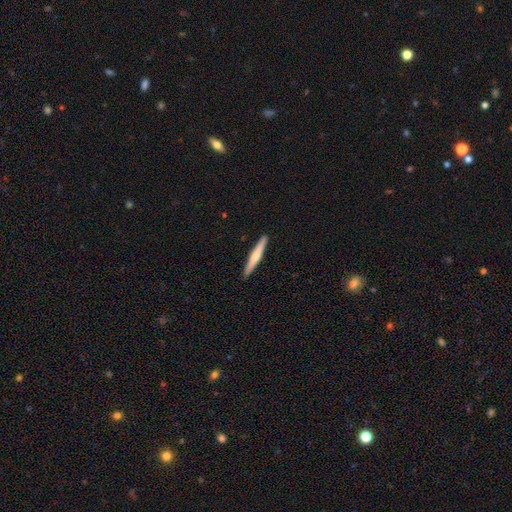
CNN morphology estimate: Q: Smooth or featured?
A: smooth (48%); runner-up: featured or disk (47%)
Q: Merging?
A: none (92%); runner-up: minor disturbance (6%)